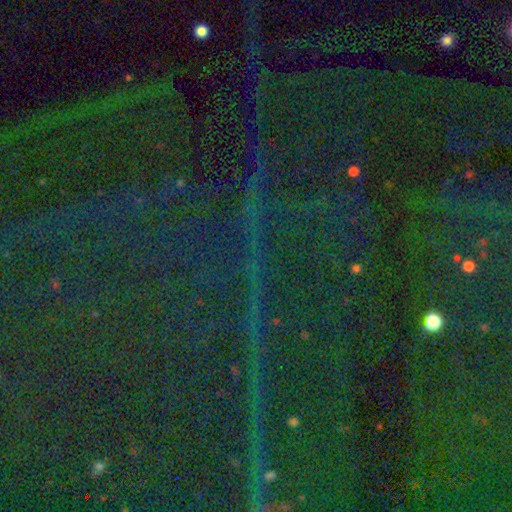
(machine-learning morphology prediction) A star or artifact, not a galaxy (86%).